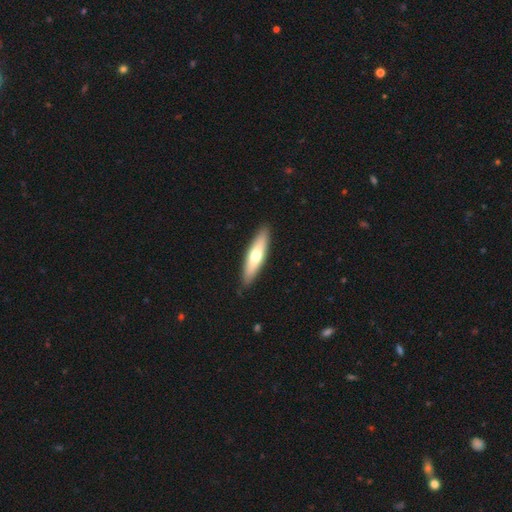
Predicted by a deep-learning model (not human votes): smooth-or-featured: smooth: 59% | featured or disk: 36% | star or artifact: 5%
  how-rounded: cigar-shaped: 73% | in between: 25% | round: 2%
  merging: none: 90% | minor disturbance: 8% | major disturbance: 2% | merger: 1%